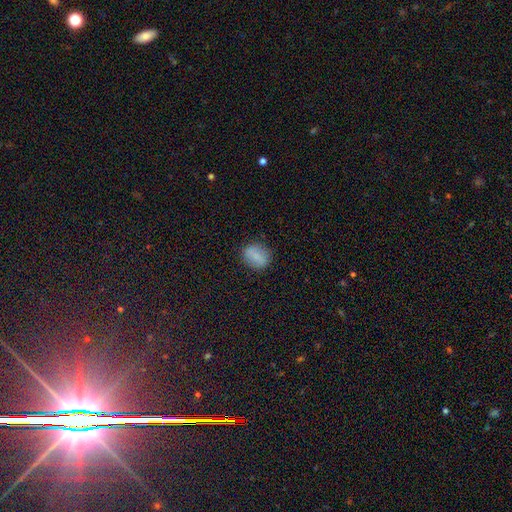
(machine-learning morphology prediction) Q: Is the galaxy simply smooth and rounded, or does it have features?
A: smooth — 78%.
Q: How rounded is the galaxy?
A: round — 54%.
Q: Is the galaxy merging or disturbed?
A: none — 85%.